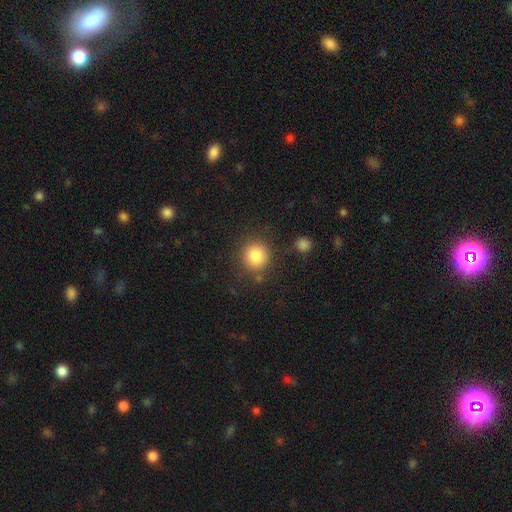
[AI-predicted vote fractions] A smooth galaxy with no disk features (84%) that is round (90%). Merging: none (83%).